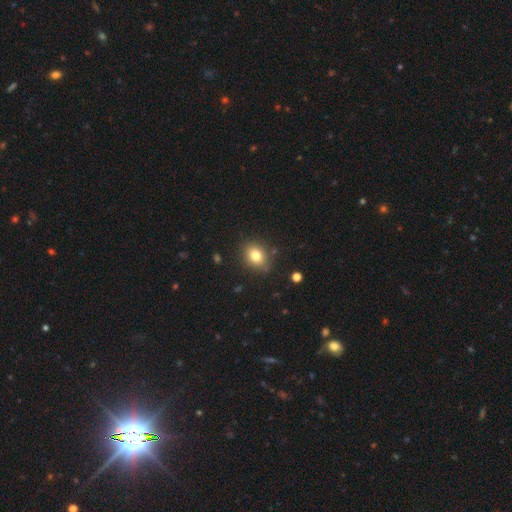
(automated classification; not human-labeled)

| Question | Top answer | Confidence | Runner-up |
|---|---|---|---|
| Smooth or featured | smooth | 80% | star or artifact (11%) |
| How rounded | in between | 50% | round (49%) |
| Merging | none | 84% | minor disturbance (11%) |